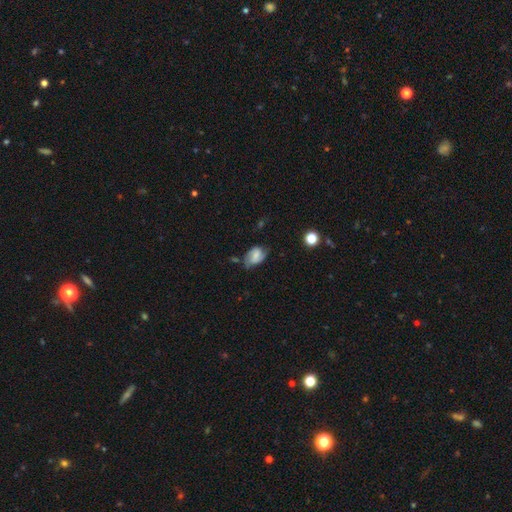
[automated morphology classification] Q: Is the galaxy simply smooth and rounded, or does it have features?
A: featured or disk — 53%.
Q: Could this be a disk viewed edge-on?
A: no — 96%.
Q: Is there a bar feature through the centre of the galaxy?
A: weak — 46%.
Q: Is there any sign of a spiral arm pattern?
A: yes — 87%.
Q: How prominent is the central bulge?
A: small — 40%.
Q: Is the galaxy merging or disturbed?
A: none — 54%.